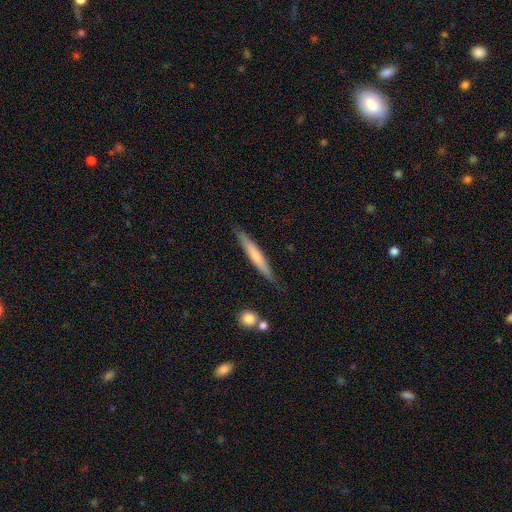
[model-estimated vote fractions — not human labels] The model was most divided on "smooth or featured": smooth: 59%, featured or disk: 35%, star or artifact: 6%. More confident: how rounded — cigar-shaped (95%); merging — none (86%).